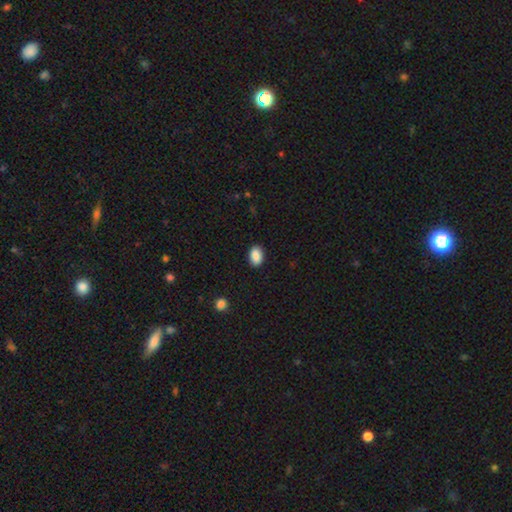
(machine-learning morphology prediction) Smooth or featured? smooth (89%)
How rounded? in between (87%)
Merging? none (88%)